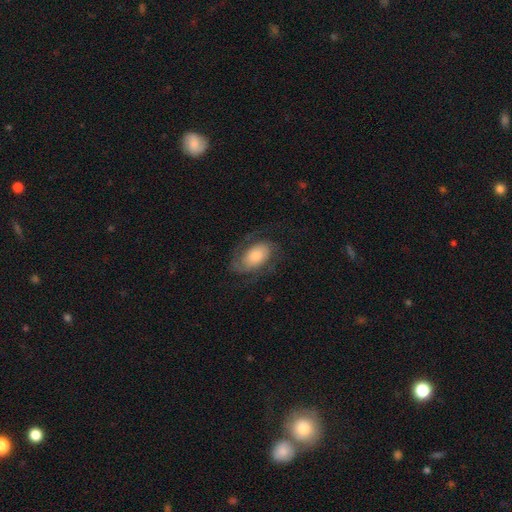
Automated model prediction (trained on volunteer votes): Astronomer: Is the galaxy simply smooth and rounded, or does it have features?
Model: featured or disk — 67%.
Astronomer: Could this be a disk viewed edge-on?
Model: no — 96%.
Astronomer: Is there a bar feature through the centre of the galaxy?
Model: no — 71%.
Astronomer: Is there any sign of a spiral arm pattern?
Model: yes — 90%.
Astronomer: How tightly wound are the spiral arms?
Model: medium — 43% (runner-up: tight, 35%).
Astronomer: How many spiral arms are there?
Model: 2 — 74%.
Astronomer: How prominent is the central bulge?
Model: moderate — 32% (runner-up: small, 31%).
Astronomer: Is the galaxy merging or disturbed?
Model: none — 66%.